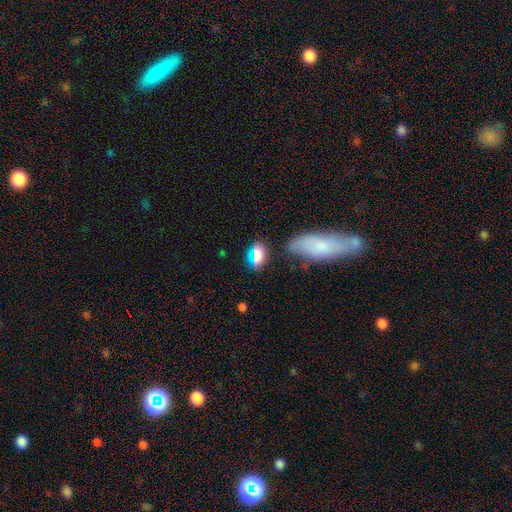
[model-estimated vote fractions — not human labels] A smooth galaxy with no disk features (74%) that is in between round and cigar-shaped (80%). Merging: none (71%).